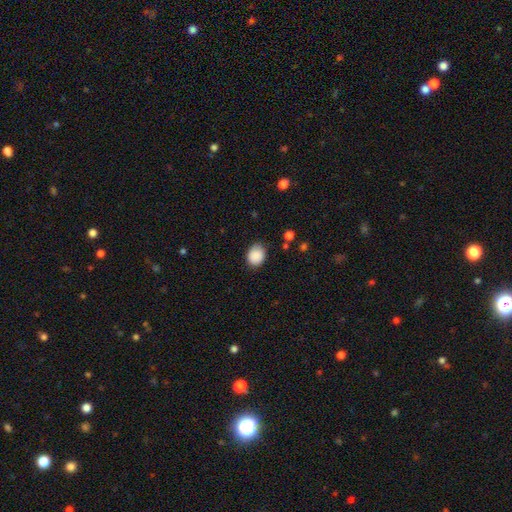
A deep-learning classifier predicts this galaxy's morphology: type=smooth (89%); roundness=round (50%); merging=none (80%).